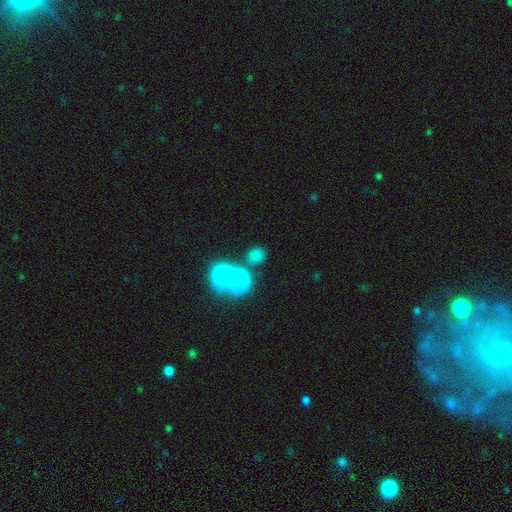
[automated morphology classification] The model was most divided on "smooth or featured": smooth: 65%, star or artifact: 25%, featured or disk: 11%. More confident: how rounded — round (79%); merging — none (61%).